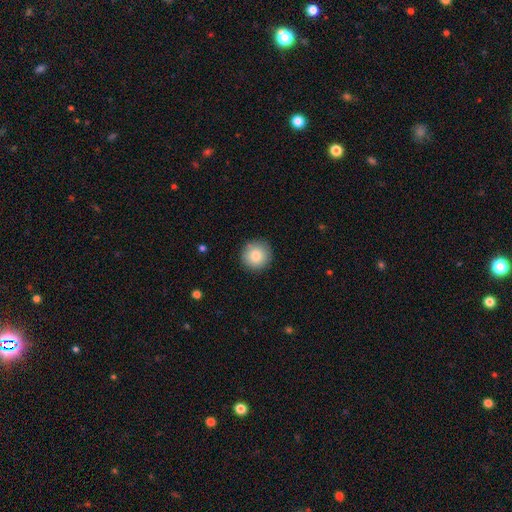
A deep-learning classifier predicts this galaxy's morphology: The model was most divided on "smooth or featured": smooth: 85%, star or artifact: 8%, featured or disk: 8%. More confident: how rounded — round (95%); merging — none (90%).